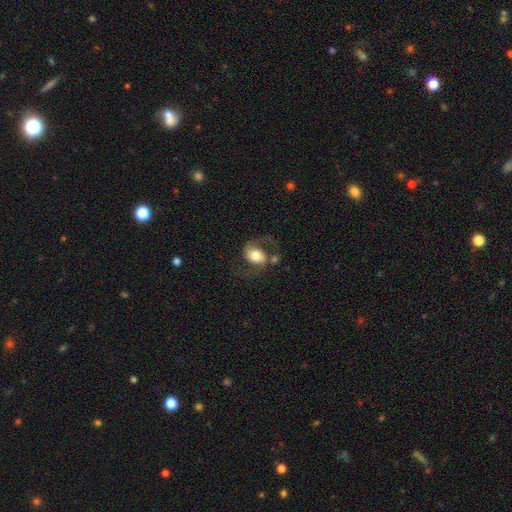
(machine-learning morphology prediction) smooth-or-featured: featured or disk: 63% | smooth: 29% | star or artifact: 8%
  disk-edge-on: no: 97% | yes: 3%
    bar: no: 58% | weak: 30% | strong: 12%
    has-spiral-arms: yes: 89% | no: 11%
      spiral-winding: loose: 54% | medium: 38% | tight: 8%
      spiral-arm-count: 2: 85% | 1: 9% | can't tell: 3% | 3: 1% | 4: 1% | more than 4: 1%
    bulge-size: moderate: 44% | large: 40% | dominant: 8% | small: 6% | none: 2%
  merging: none: 53% | major disturbance: 20% | minor disturbance: 18% | merger: 8%